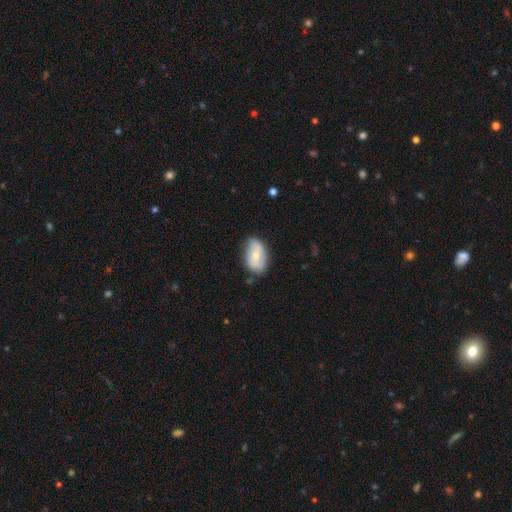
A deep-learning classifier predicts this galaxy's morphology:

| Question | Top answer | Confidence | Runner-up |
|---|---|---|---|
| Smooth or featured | smooth | 50% | featured or disk (44%) |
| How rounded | in between | 89% | round (10%) |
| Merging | none | 71% | minor disturbance (22%) |